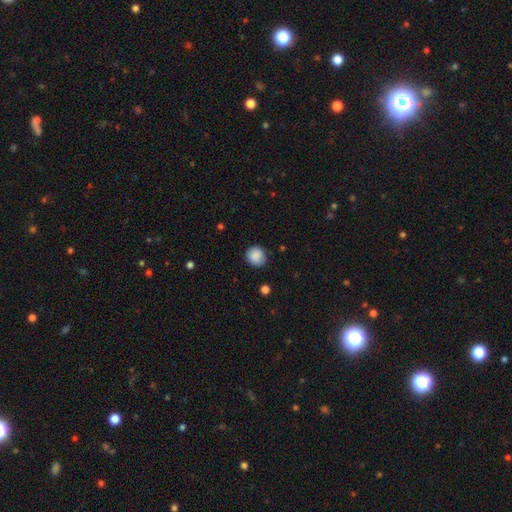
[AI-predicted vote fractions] Smooth or featured? Predicted: smooth (p=0.88). How rounded? Predicted: round (p=0.86). Merging? Predicted: none (p=0.85).